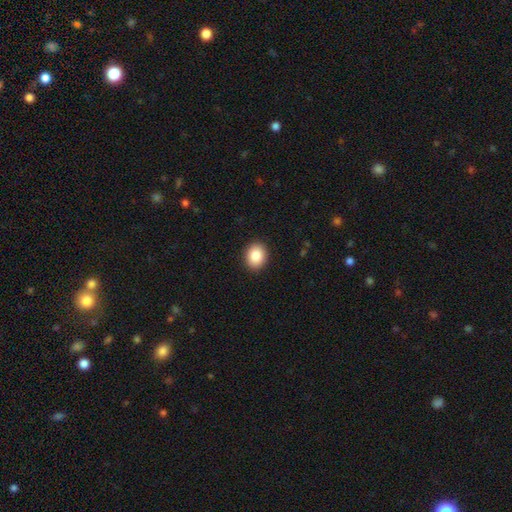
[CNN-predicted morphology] This is clearly a smooth galaxy (86%). How rounded: possibly round (58%). Merging: clearly none (91%).